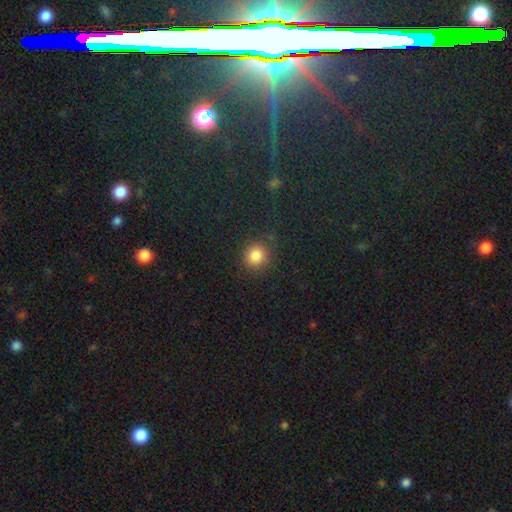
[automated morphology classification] smooth 83%, star or artifact 12%, featured or disk 5%. Down the decision tree: how rounded — round (86%); merging — none (84%).